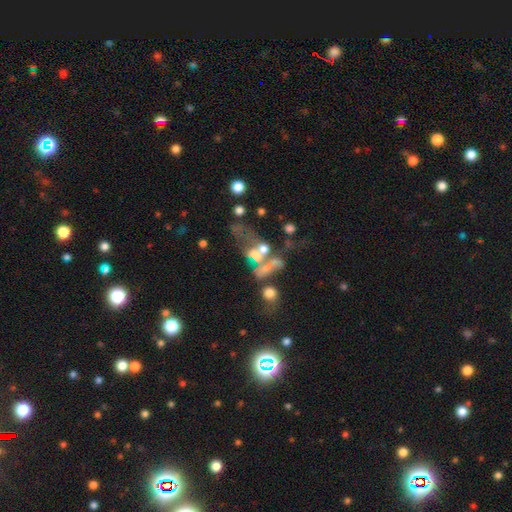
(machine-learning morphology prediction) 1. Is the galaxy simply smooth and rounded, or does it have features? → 43% featured or disk, 35% smooth, 21% star or artifact.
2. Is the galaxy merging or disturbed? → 50% merger, 27% major disturbance, 15% none, 8% minor disturbance.